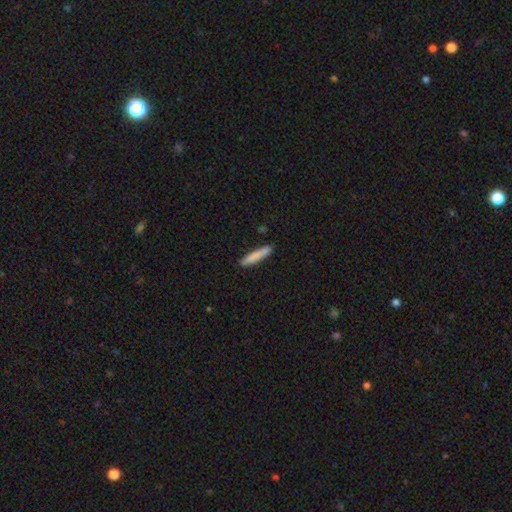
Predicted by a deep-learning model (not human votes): Smooth or featured: smooth — 82% (featured or disk — 12%)
How rounded: cigar-shaped — 92% (in between — 7%)
Merging: none — 86% (minor disturbance — 10%)